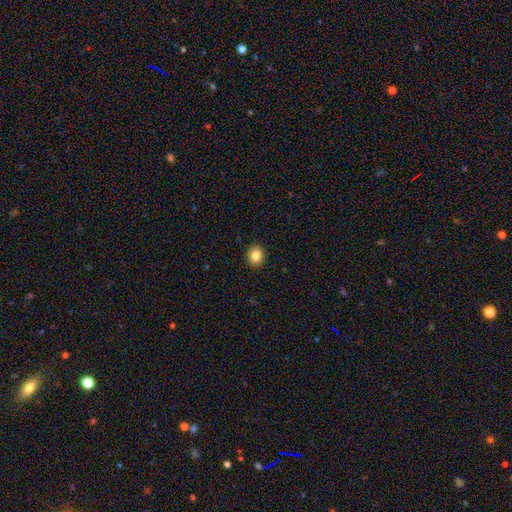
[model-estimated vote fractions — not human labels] A smooth galaxy with no disk features (85%) that is round (71%). Merging: none (92%).